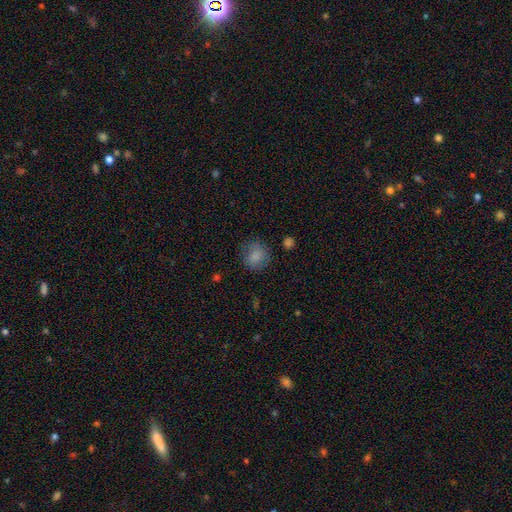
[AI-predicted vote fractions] Smooth or featured? smooth (82%)
How rounded? round (83%)
Merging? none (76%)